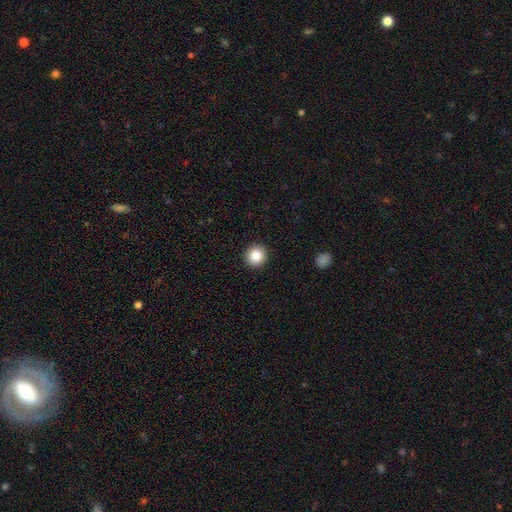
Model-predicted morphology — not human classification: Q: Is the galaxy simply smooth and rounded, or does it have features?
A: smooth — 85%.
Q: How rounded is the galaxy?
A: round — 93%.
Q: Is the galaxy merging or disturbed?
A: none — 93%.